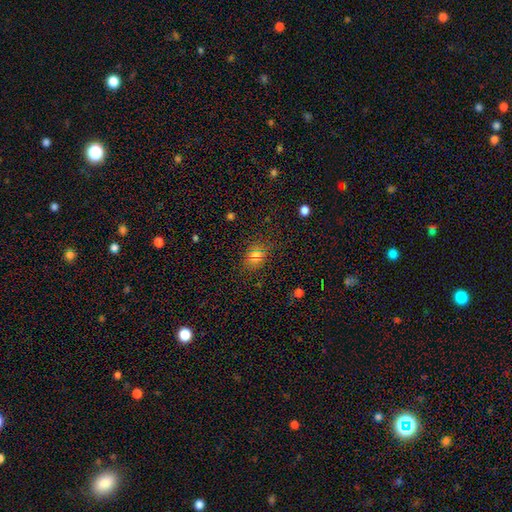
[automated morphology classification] This is likely a smooth galaxy (70%). How rounded: possibly in between (60%). Merging: clearly none (80%).